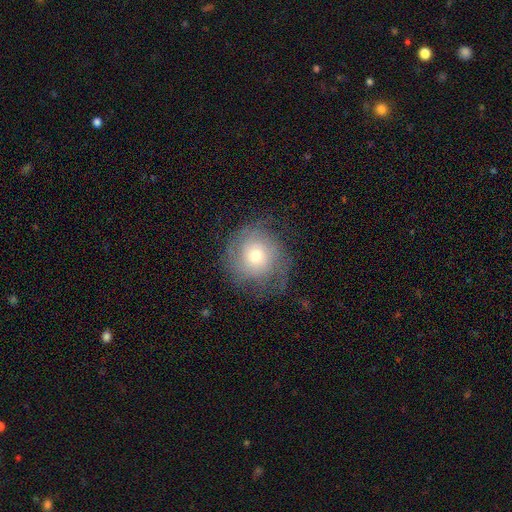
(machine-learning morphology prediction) smooth-or-featured: featured or disk: 55% | smooth: 35% | star or artifact: 10%
  disk-edge-on: no: 96% | yes: 4%
    bar: no: 84% | weak: 13% | strong: 3%
    has-spiral-arms: yes: 79% | no: 21%
    bulge-size: moderate: 55% | small: 36% | large: 7% | dominant: 1% | none: 1%
  merging: none: 69% | minor disturbance: 18% | major disturbance: 12% | merger: 1%